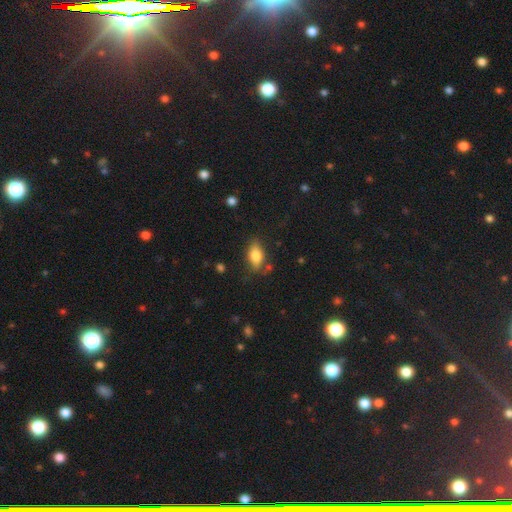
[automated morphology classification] A smooth galaxy with no disk features (79%) that is in between round and cigar-shaped (87%).

Vote fractions:
- Smooth or featured? smooth: 79% / featured or disk: 13% / star or artifact: 8%
- How rounded? in between: 87% / cigar-shaped: 7% / round: 6%
- Merging? none: 75% / minor disturbance: 17% / major disturbance: 4% / merger: 3%